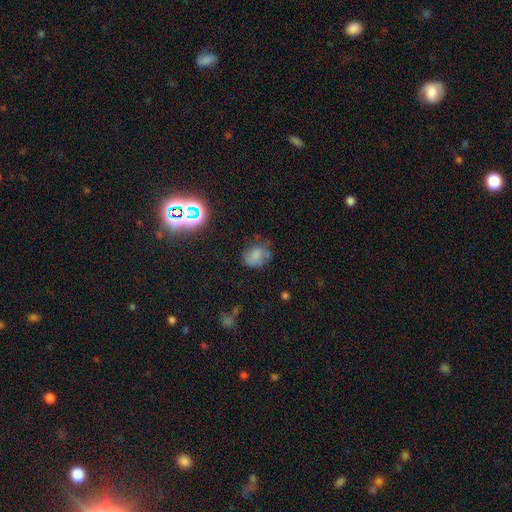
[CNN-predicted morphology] Overall: smooth (72%). How rounded: in between (53%; round 46%). Merging: none (58%; minor disturbance 28%).